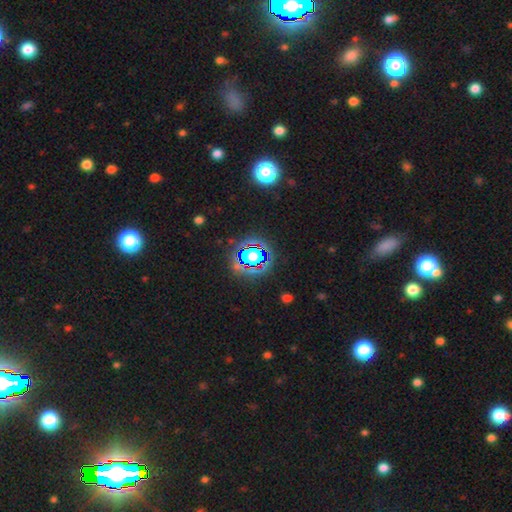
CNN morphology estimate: Overall: star or artifact (63%; smooth 24%).